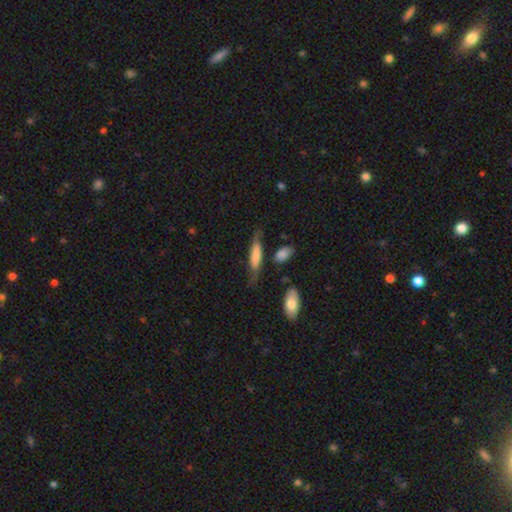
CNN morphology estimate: This appears to be a smooth galaxy with no disk features (63%) that is cigar-shaped (68%). Merging: none (62%).